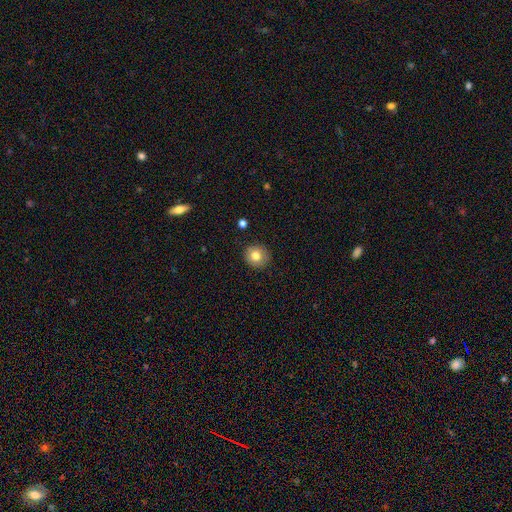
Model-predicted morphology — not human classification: A smooth galaxy with no disk features (79%) that is round (89%).

Vote fractions:
- Smooth or featured? smooth: 79% / featured or disk: 11% / star or artifact: 10%
- How rounded? round: 89% / in between: 10% / cigar-shaped: 1%
- Merging? none: 89% / minor disturbance: 8% / major disturbance: 2% / merger: 1%